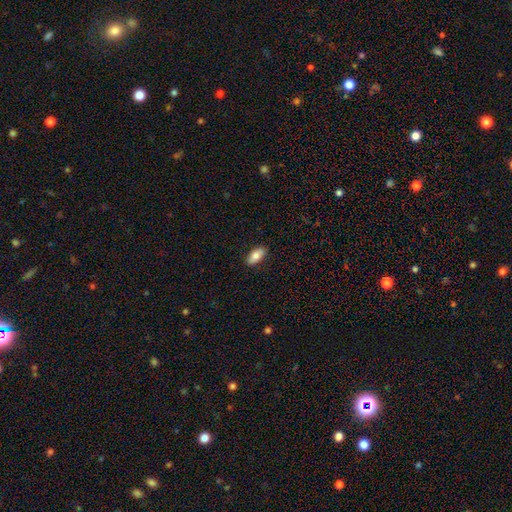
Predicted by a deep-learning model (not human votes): A smooth galaxy with no disk features (81%) that is in between round and cigar-shaped (90%). Merging: none (89%).